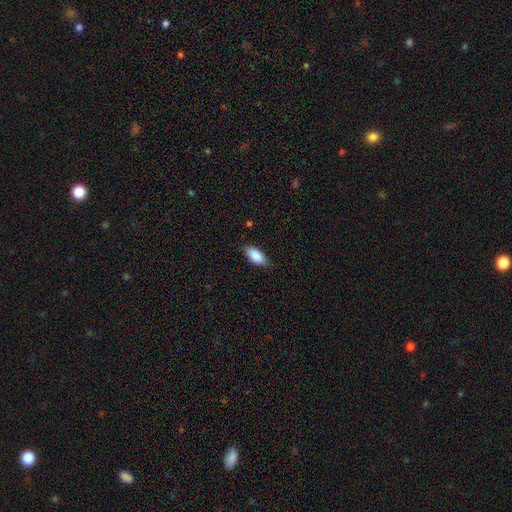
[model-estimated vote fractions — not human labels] smooth 88%, star or artifact 6%, featured or disk 5%. Down the decision tree: how rounded — in between (89%); merging — none (82%).